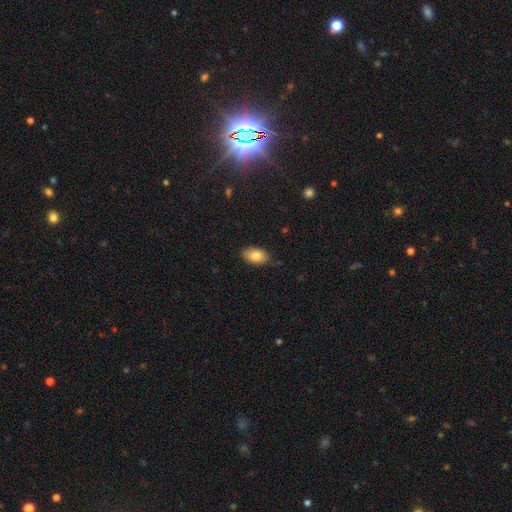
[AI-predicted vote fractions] smooth-or-featured: smooth: 82% | featured or disk: 10% | star or artifact: 7%
  how-rounded: in between: 92% | round: 7% | cigar-shaped: 1%
  merging: none: 85% | minor disturbance: 12% | major disturbance: 2% | merger: 1%